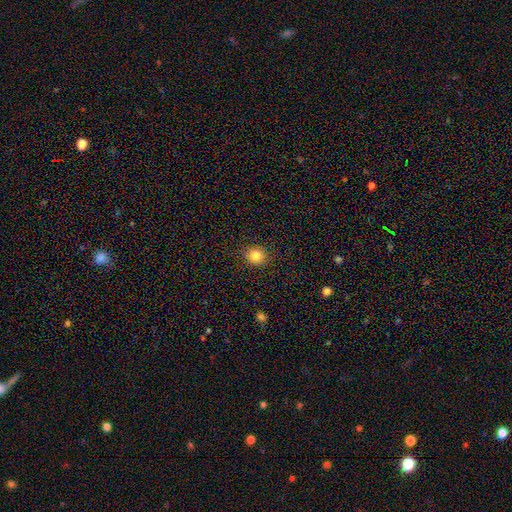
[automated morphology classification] smooth-or-featured: smooth: 83% | star or artifact: 12% | featured or disk: 5%
  how-rounded: round: 87% | in between: 12% | cigar-shaped: 1%
  merging: none: 89% | minor disturbance: 7% | major disturbance: 2% | merger: 1%